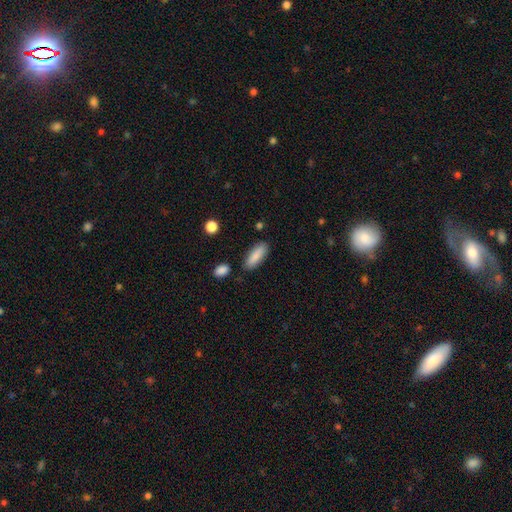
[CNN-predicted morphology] The model was most divided on "how rounded": in between: 61%, cigar-shaped: 37%, round: 2%. More confident: smooth or featured — smooth (87%); merging — none (83%).